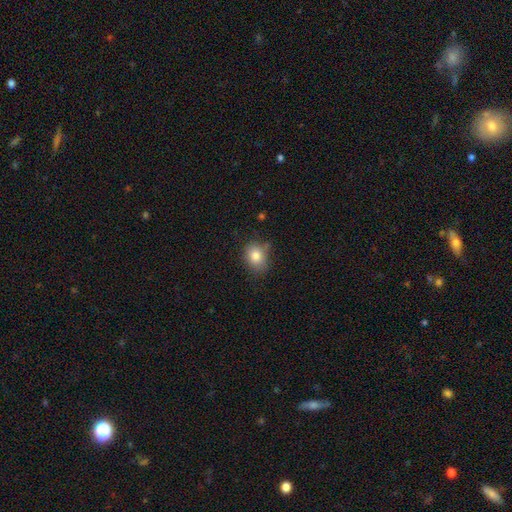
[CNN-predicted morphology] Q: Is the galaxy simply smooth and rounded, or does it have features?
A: smooth — 81%.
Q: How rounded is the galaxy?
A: round — 51%.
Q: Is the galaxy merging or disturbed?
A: none — 71%.